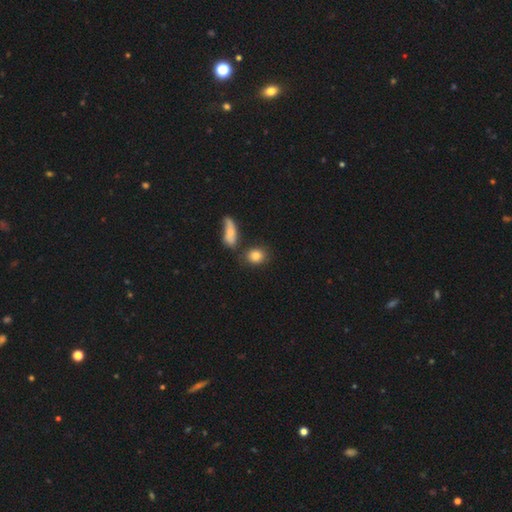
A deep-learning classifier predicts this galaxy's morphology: type=smooth (82%); roundness=round (61%); merging=none (68%).